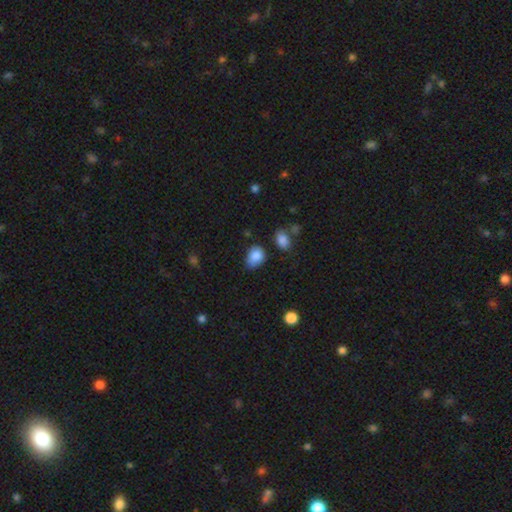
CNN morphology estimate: This appears to be a smooth galaxy with no disk features (85%) that is in between round and cigar-shaped (71%). Merging: none (55%).